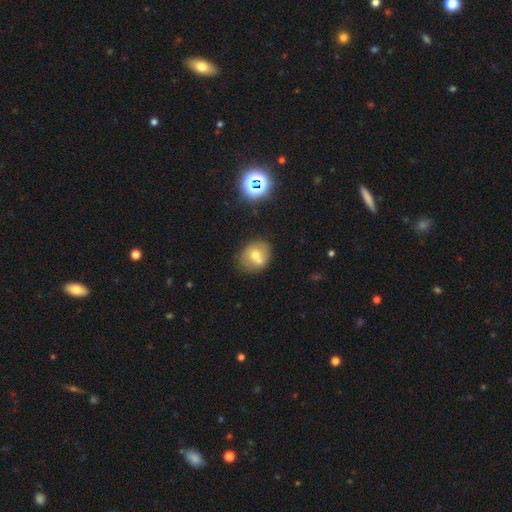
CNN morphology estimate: Smooth or featured: smooth — 61% (featured or disk — 27%)
How rounded: round — 68% (in between — 31%)
Merging: none — 58% (merger — 23%)